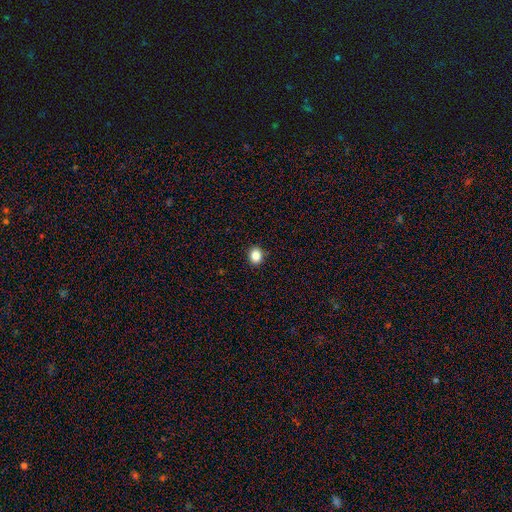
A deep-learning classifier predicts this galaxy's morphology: smooth_or_featured: smooth (p=0.85) [alt: star or artifact p=0.10]
how_rounded: round (p=0.59) [alt: in between p=0.40]
merging: none (p=0.92) [alt: minor disturbance p=0.06]